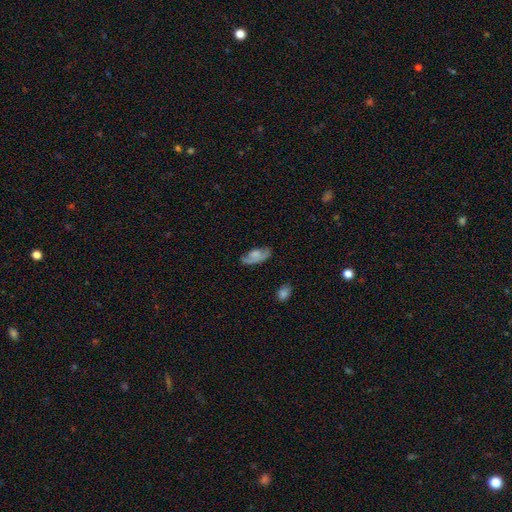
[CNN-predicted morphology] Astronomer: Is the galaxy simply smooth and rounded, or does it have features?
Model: smooth — 57% (runner-up: featured or disk, 34%).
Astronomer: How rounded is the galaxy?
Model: in between — 86%.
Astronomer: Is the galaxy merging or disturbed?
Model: none — 53% (runner-up: minor disturbance, 29%).